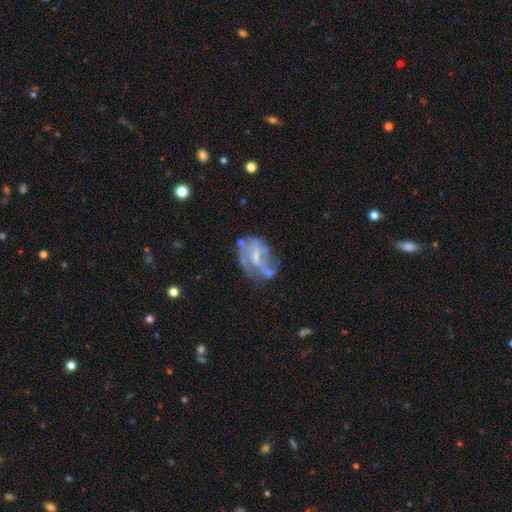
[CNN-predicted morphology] Smooth or featured? featured or disk (71%)
Edge-on disk? no (97%)
Bar? weak (46%)
Spiral arms? yes (58%)
Bulge size? small (47%)
Merging? none (35%)